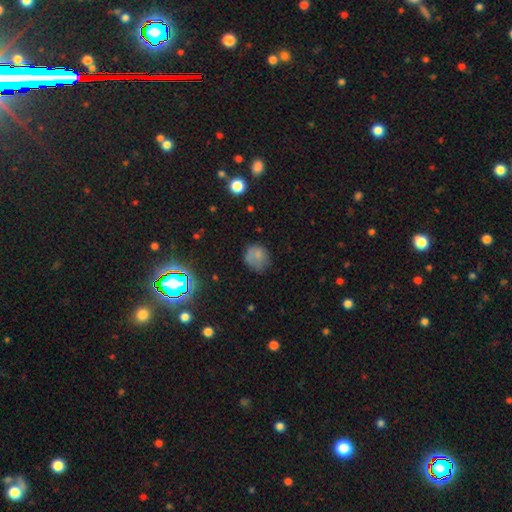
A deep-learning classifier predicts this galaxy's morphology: type=smooth (71%); roundness=round (76%); merging=none (58%).